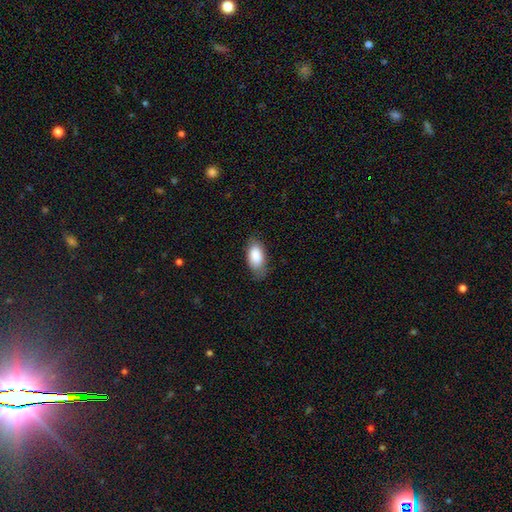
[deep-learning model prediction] smooth-or-featured: smooth: 86% | featured or disk: 8% | star or artifact: 6%
  how-rounded: in between: 92% | cigar-shaped: 5% | round: 3%
  merging: none: 74% | minor disturbance: 20% | major disturbance: 5% | merger: 1%